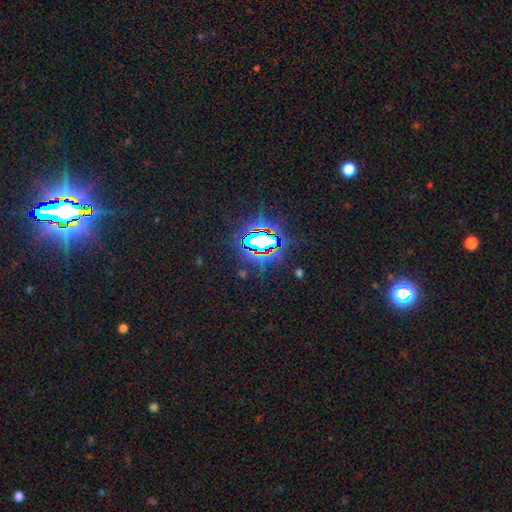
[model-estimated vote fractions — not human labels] star or artifact 85%, smooth 9%, featured or disk 7%.